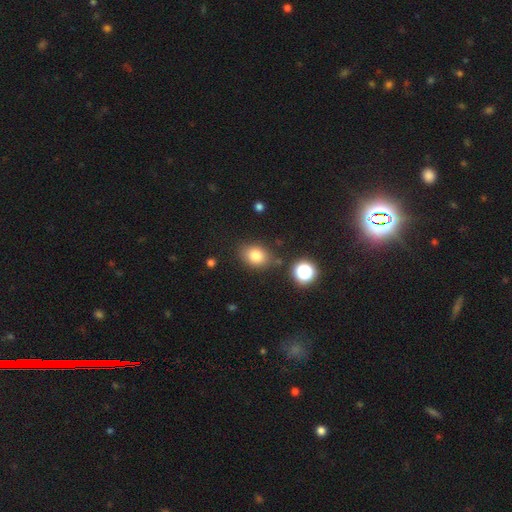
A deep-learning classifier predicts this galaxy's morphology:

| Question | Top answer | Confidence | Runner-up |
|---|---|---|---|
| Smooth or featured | smooth | 80% | star or artifact (12%) |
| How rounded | in between | 59% | round (40%) |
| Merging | none | 79% | minor disturbance (13%) |